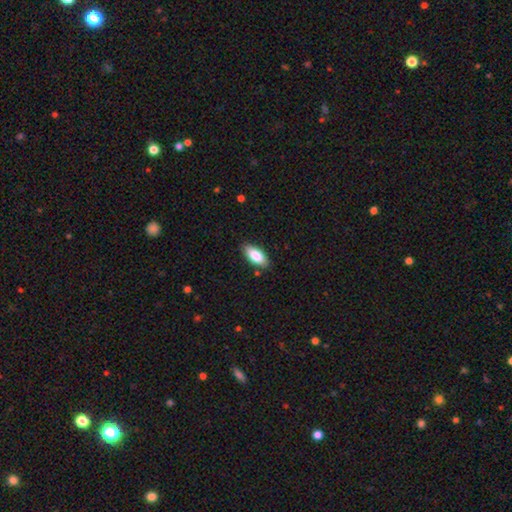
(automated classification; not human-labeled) smooth-or-featured: smooth: 84% | featured or disk: 10% | star or artifact: 6%
  how-rounded: in between: 88% | cigar-shaped: 10% | round: 2%
  merging: none: 85% | minor disturbance: 12% | major disturbance: 2% | merger: 1%